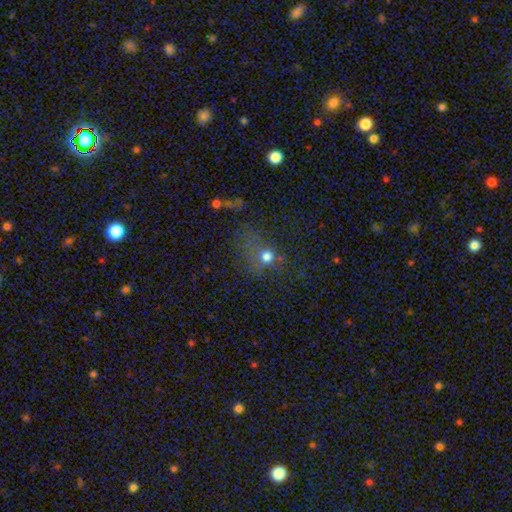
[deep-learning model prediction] This appears to be a smooth galaxy with no disk features (46%). Merging: none (52%).